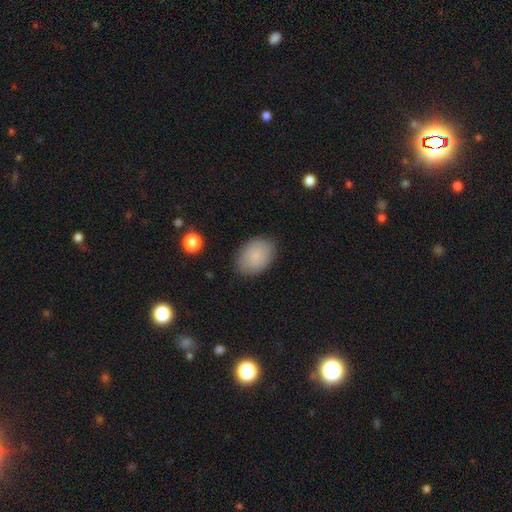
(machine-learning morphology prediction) A smooth galaxy with no disk features (82%) that is in between round and cigar-shaped (82%). Merging: none (84%).